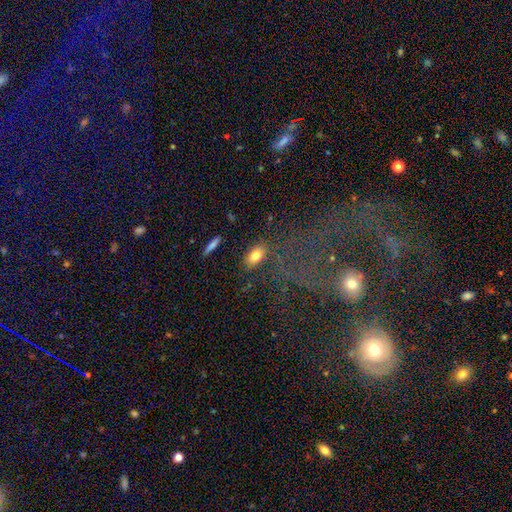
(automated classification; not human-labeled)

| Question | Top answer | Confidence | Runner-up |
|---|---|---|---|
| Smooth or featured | smooth | 78% | featured or disk (13%) |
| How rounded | in between | 87% | round (7%) |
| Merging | none | 81% | minor disturbance (13%) |